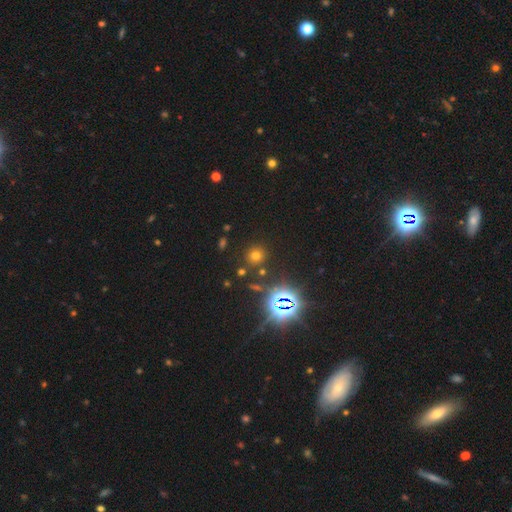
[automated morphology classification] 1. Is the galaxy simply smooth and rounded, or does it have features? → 60% smooth, 32% star or artifact, 8% featured or disk.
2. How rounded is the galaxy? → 90% round, 9% in between, 1% cigar-shaped.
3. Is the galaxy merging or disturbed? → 85% none, 7% minor disturbance, 4% merger, 3% major disturbance.